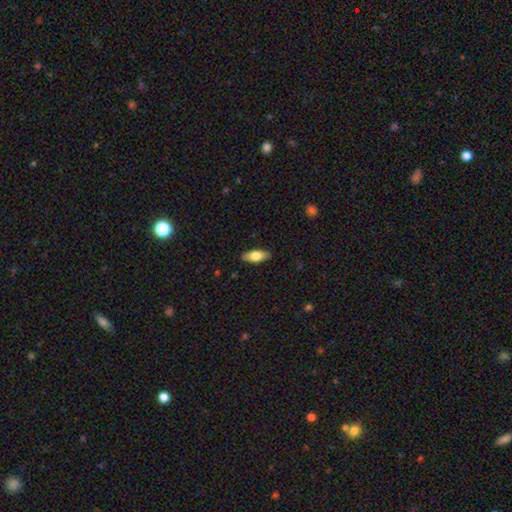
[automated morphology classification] The model was most divided on "smooth or featured": smooth: 74%, featured or disk: 20%, star or artifact: 6%. More confident: merging — none (88%); how rounded — in between (79%).